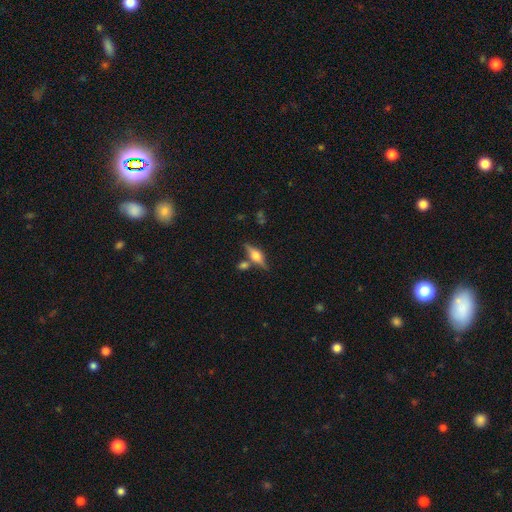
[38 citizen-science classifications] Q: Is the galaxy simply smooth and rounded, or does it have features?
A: featured or disk — 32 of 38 (84%).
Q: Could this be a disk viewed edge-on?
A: yes — 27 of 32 (84%).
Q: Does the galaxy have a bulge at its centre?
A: rounded — 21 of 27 (78%).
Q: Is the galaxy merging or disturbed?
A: none — 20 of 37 (54%).